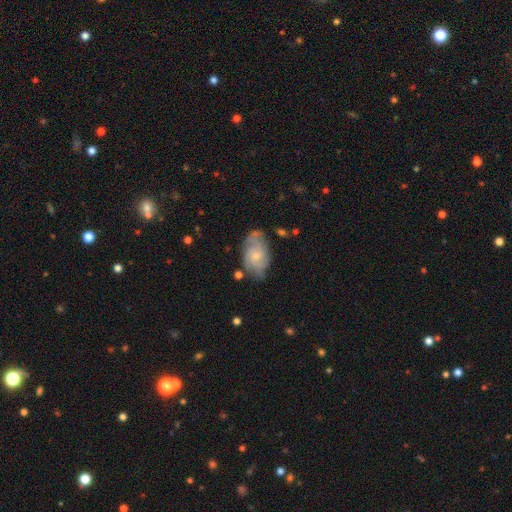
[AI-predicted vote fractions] Morphology: type=featured or disk (67%); edge-on=no (96%); bar=no (65%); spiral arms=yes (87%); winding=medium (42%); arm count=can't tell (35%); bulge=small (62%); merging=none (61%).